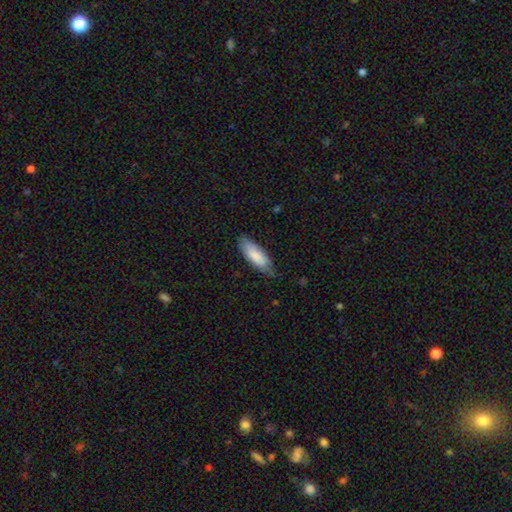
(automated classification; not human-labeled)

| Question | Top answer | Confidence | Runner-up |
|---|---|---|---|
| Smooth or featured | smooth | 84% | featured or disk (11%) |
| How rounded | in between | 66% | cigar-shaped (33%) |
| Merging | none | 73% | minor disturbance (22%) |